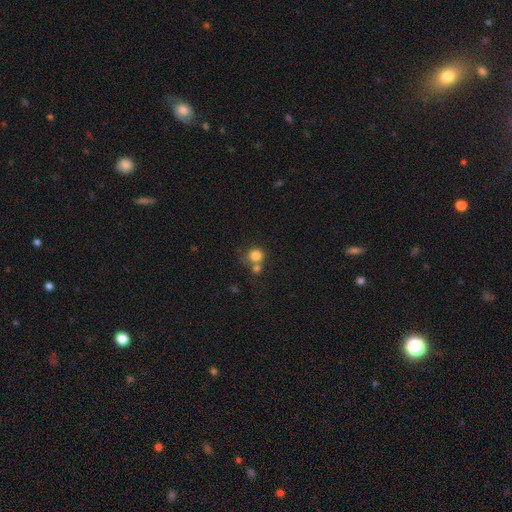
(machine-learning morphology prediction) Smooth or featured? Predicted: smooth (p=0.80). How rounded? Predicted: round (p=0.88). Merging? Predicted: none (p=0.48).